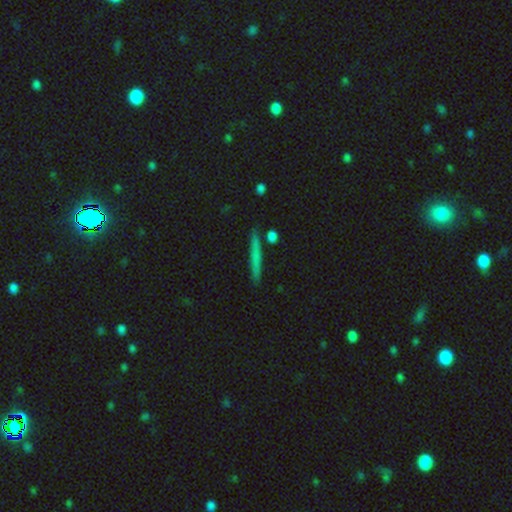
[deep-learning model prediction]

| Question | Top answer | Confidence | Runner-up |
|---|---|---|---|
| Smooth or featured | smooth | 62% | featured or disk (30%) |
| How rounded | cigar-shaped | 94% | in between (3%) |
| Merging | none | 87% | minor disturbance (8%) |